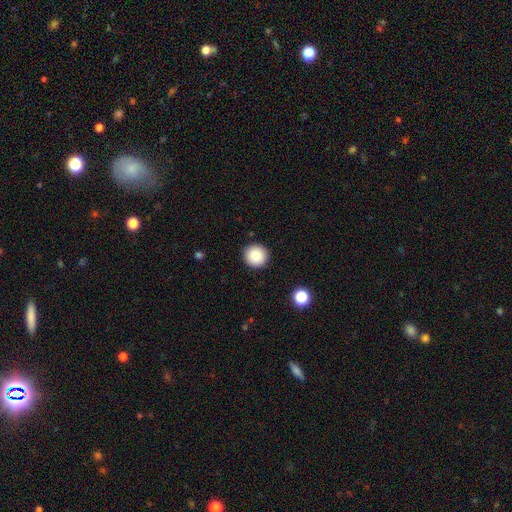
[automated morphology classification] Q: Smooth or featured?
A: smooth (84%); runner-up: star or artifact (9%)
Q: How rounded?
A: round (95%); runner-up: in between (4%)
Q: Merging?
A: none (92%); runner-up: minor disturbance (5%)